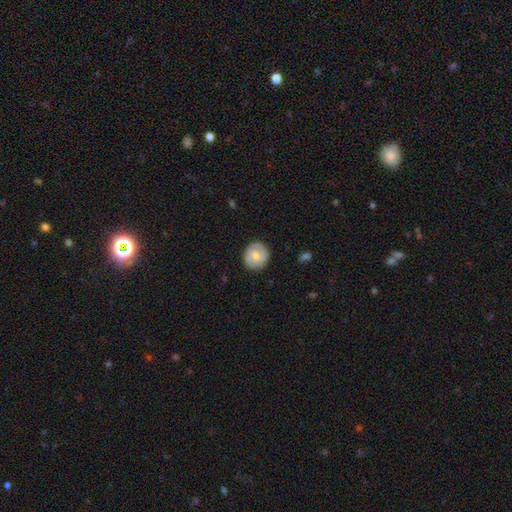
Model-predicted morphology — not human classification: Smooth or featured: smooth — 63% (featured or disk — 30%)
How rounded: round — 87% (in between — 12%)
Merging: none — 87% (minor disturbance — 9%)